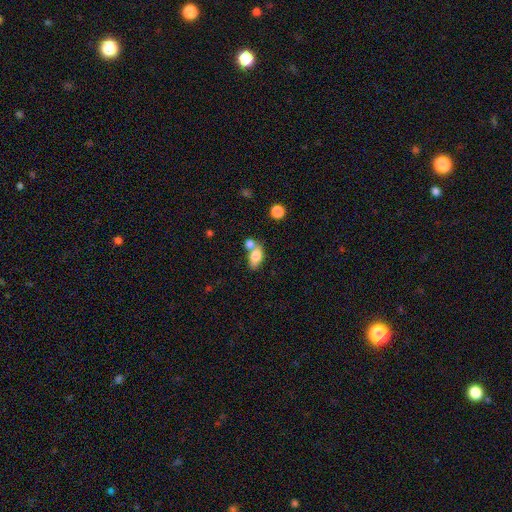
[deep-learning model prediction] A smooth galaxy with no disk features (80%) that is in between round and cigar-shaped (87%).

Vote fractions:
- Smooth or featured? smooth: 80% / featured or disk: 13% / star or artifact: 8%
- How rounded? in between: 87% / round: 10% / cigar-shaped: 3%
- Merging? none: 43% / merger: 39% / minor disturbance: 13% / major disturbance: 5%